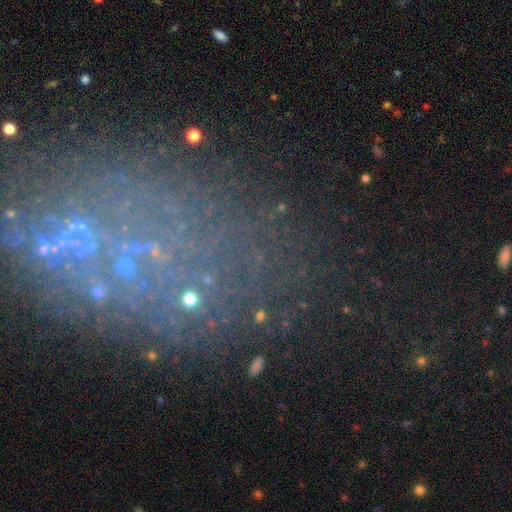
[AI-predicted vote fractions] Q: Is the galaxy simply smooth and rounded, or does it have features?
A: star or artifact — 50%.